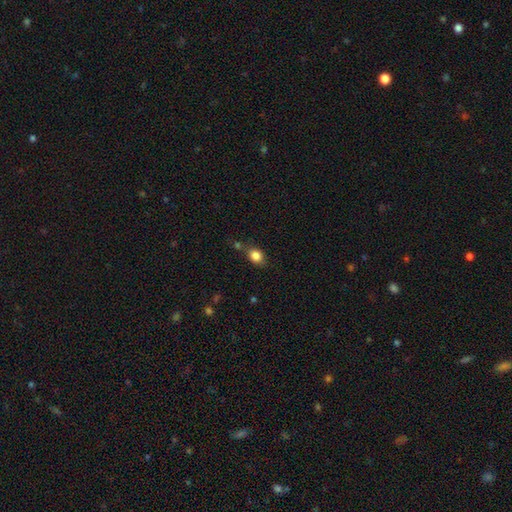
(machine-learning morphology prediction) smooth-or-featured: smooth: 84% | star or artifact: 10% | featured or disk: 6%
  how-rounded: in between: 56% | round: 43% | cigar-shaped: 2%
  merging: none: 69% | minor disturbance: 17% | merger: 9% | major disturbance: 5%